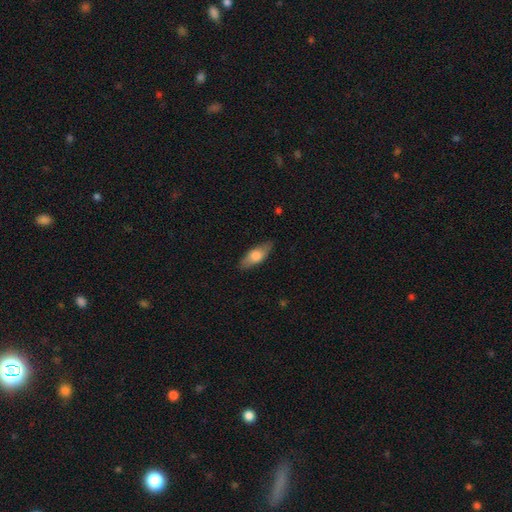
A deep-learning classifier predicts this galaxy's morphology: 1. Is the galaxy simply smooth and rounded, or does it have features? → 65% smooth, 30% featured or disk, 6% star or artifact.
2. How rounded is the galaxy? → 69% in between, 28% cigar-shaped, 3% round.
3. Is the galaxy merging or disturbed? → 84% none, 13% minor disturbance, 2% major disturbance, 1% merger.